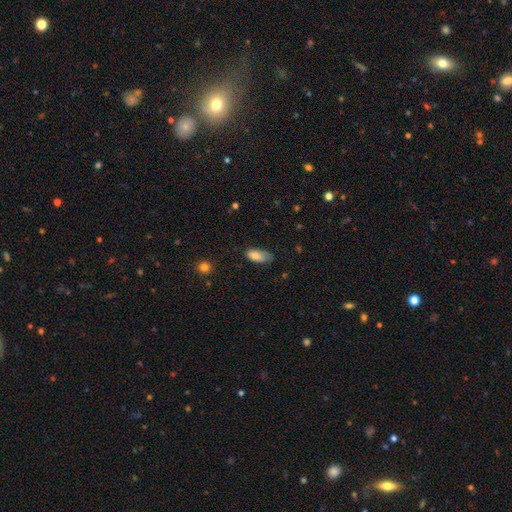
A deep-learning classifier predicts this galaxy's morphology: smooth 80%, featured or disk 13%, star or artifact 8%. Down the decision tree: how rounded — in between (90%); merging — none (50%).